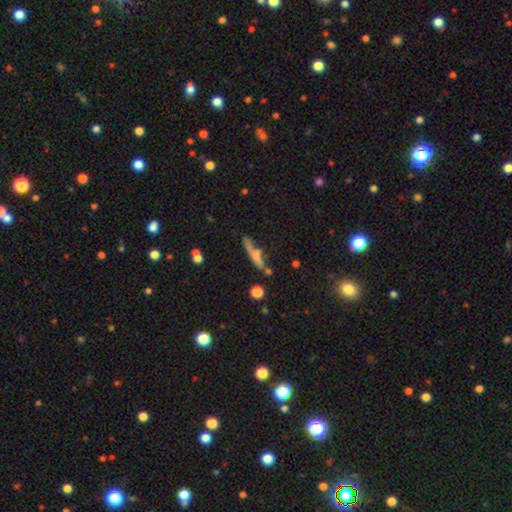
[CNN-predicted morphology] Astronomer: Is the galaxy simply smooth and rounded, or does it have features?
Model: smooth — 54% (runner-up: featured or disk, 36%).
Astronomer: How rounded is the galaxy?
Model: cigar-shaped — 88%.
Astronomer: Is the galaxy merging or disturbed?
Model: none — 58%.